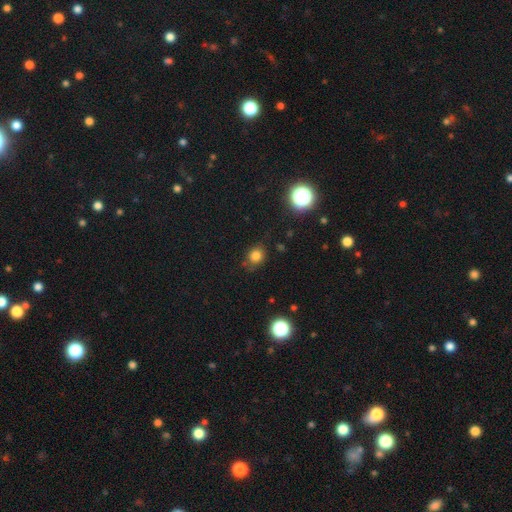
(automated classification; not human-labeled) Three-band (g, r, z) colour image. It shows a smooth galaxy with no disk features (78%) that is round (75%). Merging: none (77%).